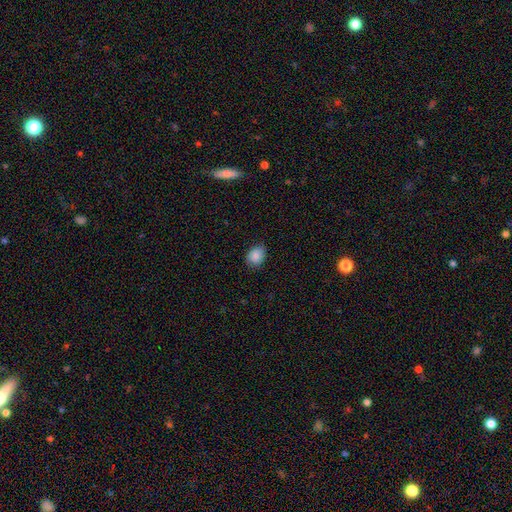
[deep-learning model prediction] smooth-or-featured: smooth: 87% | star or artifact: 8% | featured or disk: 4%
  how-rounded: in between: 56% | round: 43% | cigar-shaped: 1%
  merging: none: 77% | minor disturbance: 18% | major disturbance: 3% | merger: 1%